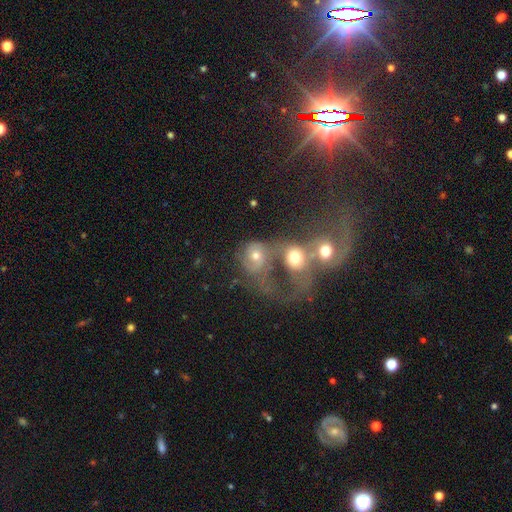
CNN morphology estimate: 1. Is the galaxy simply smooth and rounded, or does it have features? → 46% smooth, 40% featured or disk, 14% star or artifact.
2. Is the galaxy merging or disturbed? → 68% merger, 15% major disturbance, 11% none, 5% minor disturbance.